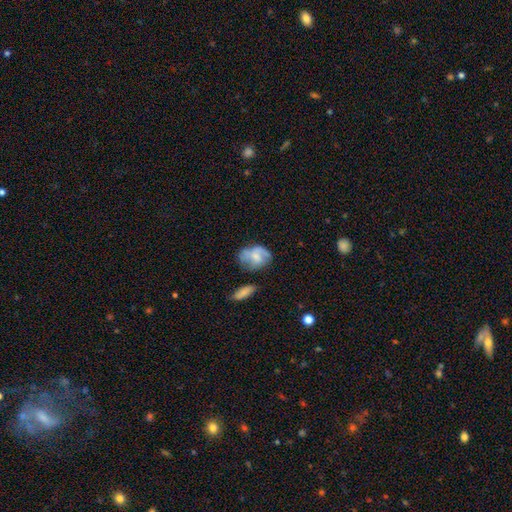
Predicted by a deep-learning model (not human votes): Q: Smooth or featured?
A: smooth (47%); runner-up: featured or disk (45%)
Q: Merging?
A: none (42%); runner-up: minor disturbance (30%)